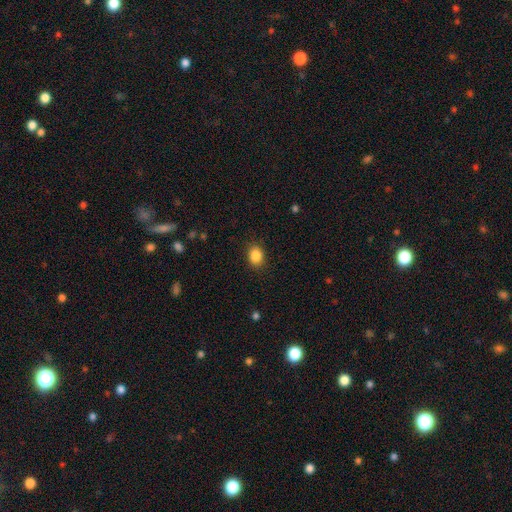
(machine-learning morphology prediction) A smooth galaxy with no disk features (87%) that is in between round and cigar-shaped (54%).

Vote fractions:
- Smooth or featured? smooth: 87% / star or artifact: 9% / featured or disk: 4%
- How rounded? in between: 54% / round: 45% / cigar-shaped: 1%
- Merging? none: 88% / minor disturbance: 9% / major disturbance: 3% / merger: 1%